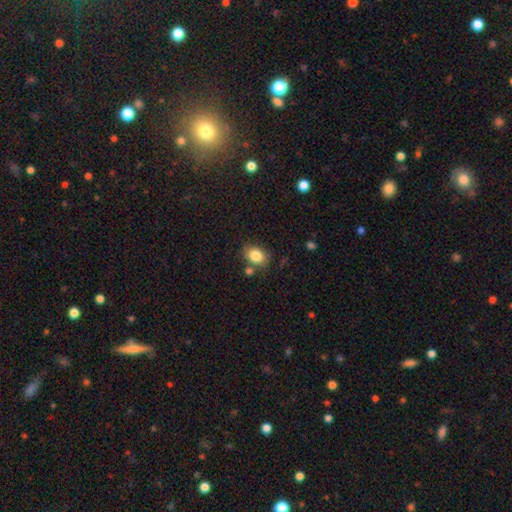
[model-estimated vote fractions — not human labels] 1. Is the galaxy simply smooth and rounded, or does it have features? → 83% smooth, 9% star or artifact, 7% featured or disk.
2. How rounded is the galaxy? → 60% in between, 39% round, 1% cigar-shaped.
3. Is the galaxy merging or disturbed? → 73% none, 14% minor disturbance, 10% merger, 4% major disturbance.